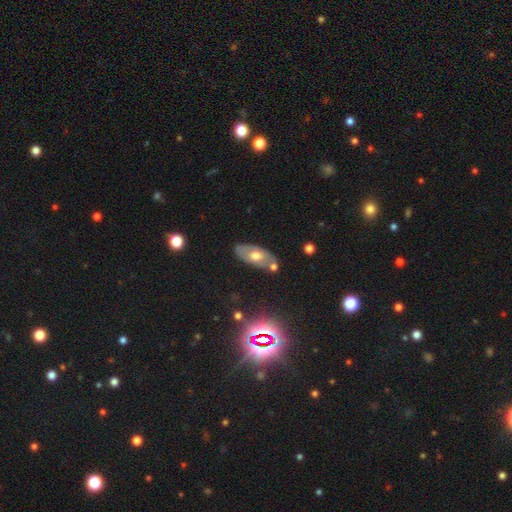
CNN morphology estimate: Overall: featured or disk (47%; smooth 44%). Merging: none (71%).